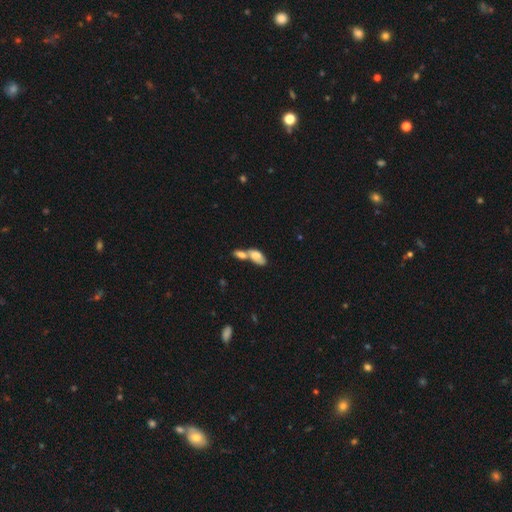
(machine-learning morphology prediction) This appears to be a smooth galaxy with no disk features (72%) that is in between round and cigar-shaped (87%). Merging: merger (68%).